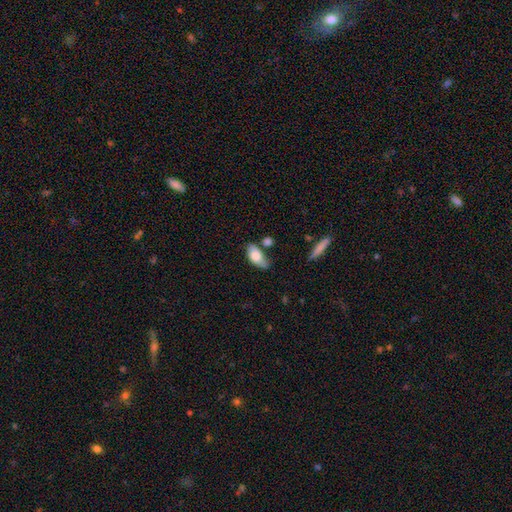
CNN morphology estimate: Smooth or featured? smooth (77%)
How rounded? in between (91%)
Merging? none (46%)